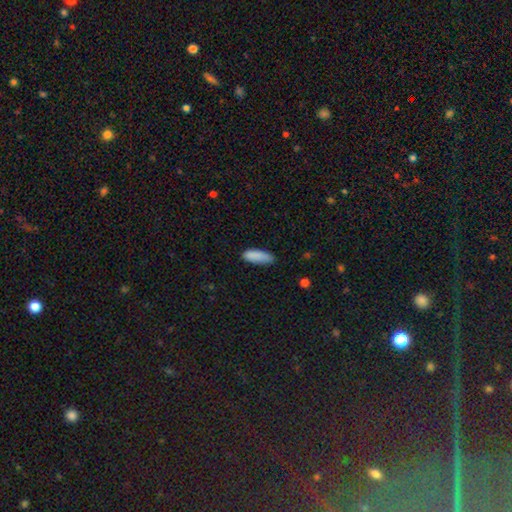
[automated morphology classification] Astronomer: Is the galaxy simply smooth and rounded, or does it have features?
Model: smooth — 88%.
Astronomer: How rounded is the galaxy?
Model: in between — 65%.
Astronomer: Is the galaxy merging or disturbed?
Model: none — 74%.